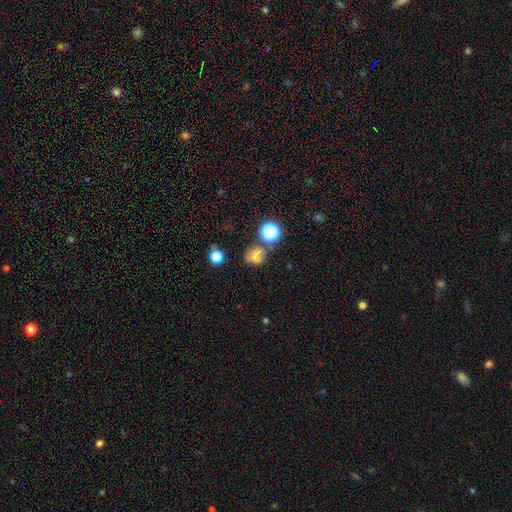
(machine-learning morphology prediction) This is possibly a smooth galaxy (51%). How rounded: likely round (61%). Merging: marginally none (40%).